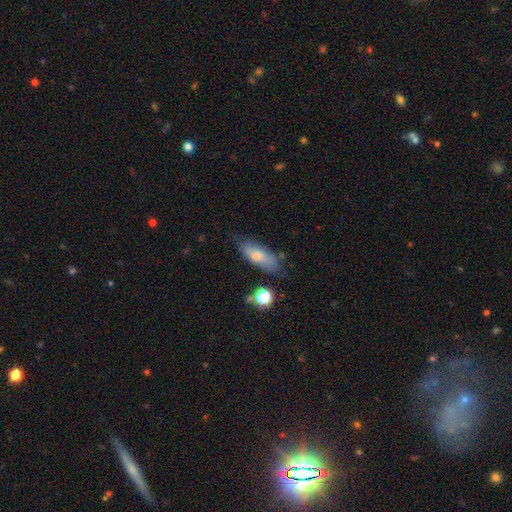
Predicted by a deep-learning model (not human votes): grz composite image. It shows a smooth galaxy with no disk features (69%) that is in between round and cigar-shaped (62%). Merging: none (71%).